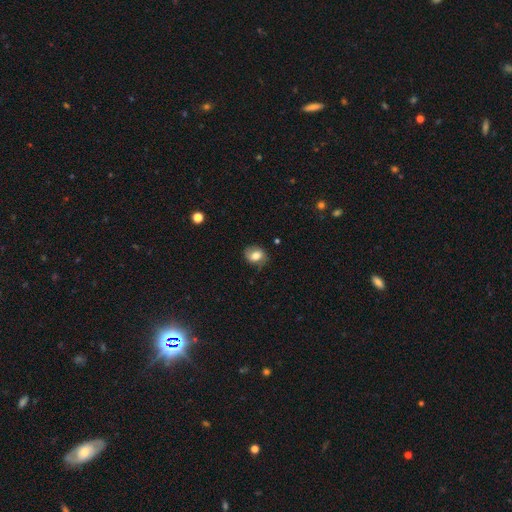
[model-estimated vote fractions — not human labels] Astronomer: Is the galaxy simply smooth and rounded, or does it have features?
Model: smooth — 72%.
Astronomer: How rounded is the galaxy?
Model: in between — 52% (runner-up: round, 47%).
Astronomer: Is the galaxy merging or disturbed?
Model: none — 72%.